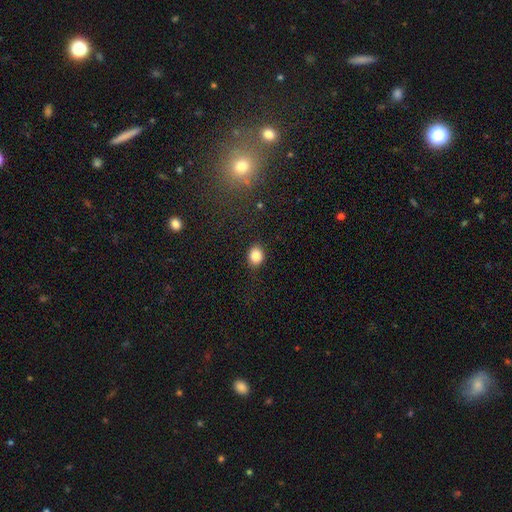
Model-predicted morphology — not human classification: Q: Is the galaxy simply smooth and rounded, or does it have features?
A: smooth — 85%.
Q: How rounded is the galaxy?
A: round — 60%.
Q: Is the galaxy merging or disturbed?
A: none — 87%.